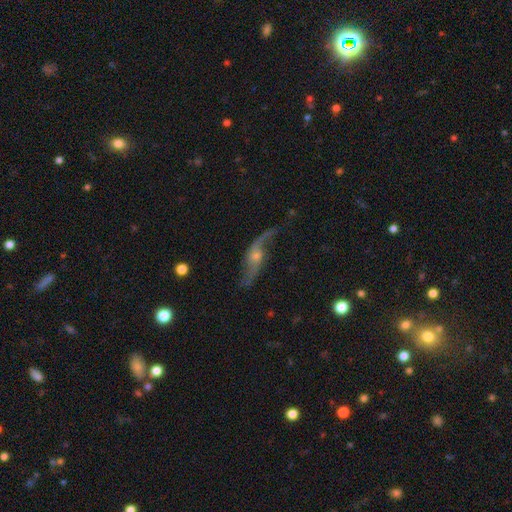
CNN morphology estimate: This is clearly a featured or disk galaxy (83%). It is clearly not viewed edge-on (88%). Bar: likely no (67%). Spiral arm pattern: clearly yes (93%). Spiral arm count: clearly 2 (90%). Spiral winding: clearly loose (89%). Central bulge: possibly small (56%). Merging: likely none (62%).